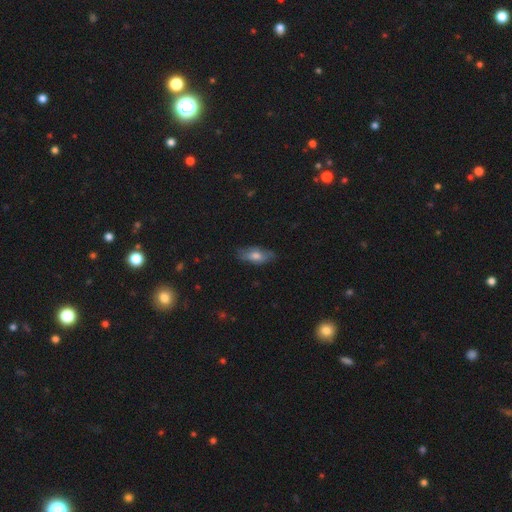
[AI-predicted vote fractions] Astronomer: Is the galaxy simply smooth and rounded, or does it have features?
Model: smooth — 66%.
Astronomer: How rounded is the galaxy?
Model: in between — 83%.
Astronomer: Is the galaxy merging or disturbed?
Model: none — 74%.